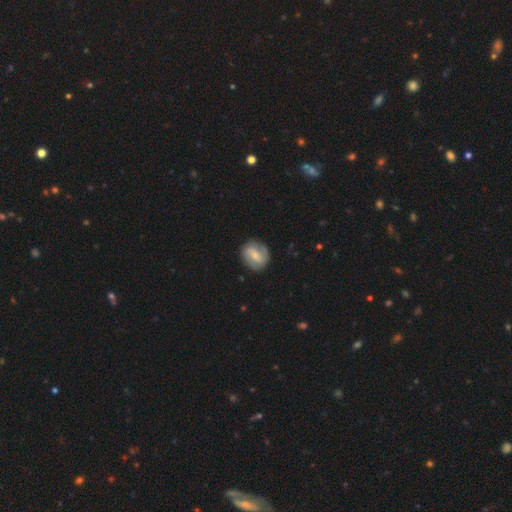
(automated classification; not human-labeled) A featured or disk galaxy (60%) with a weak bar (49%), spiral arms (82%) and a small central bulge (54%). Merging: none (82%).